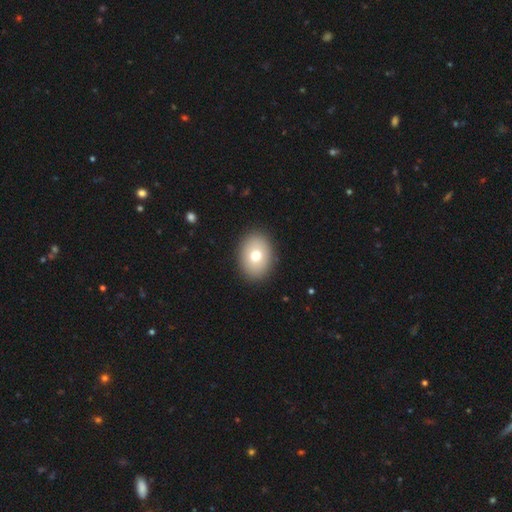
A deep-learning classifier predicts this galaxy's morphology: type=smooth (74%); roundness=in between (67%); merging=none (90%).